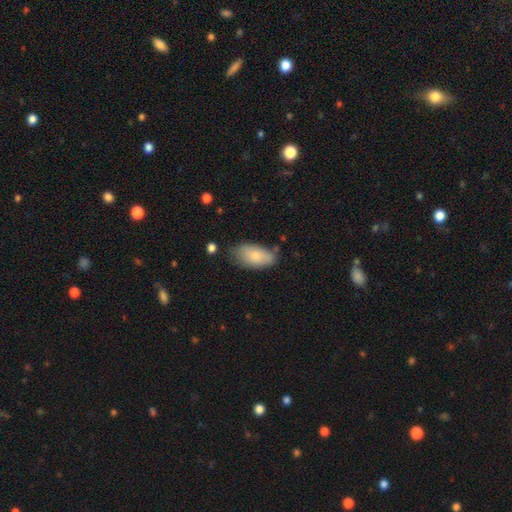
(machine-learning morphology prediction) Overall: smooth (81%). How rounded: in between (93%). Merging: none (64%; minor disturbance 26%).